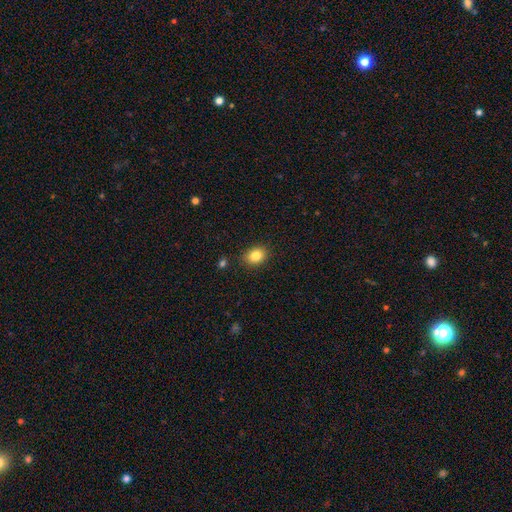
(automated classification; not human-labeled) Smooth or featured? smooth (84%)
How rounded? in between (61%)
Merging? none (87%)